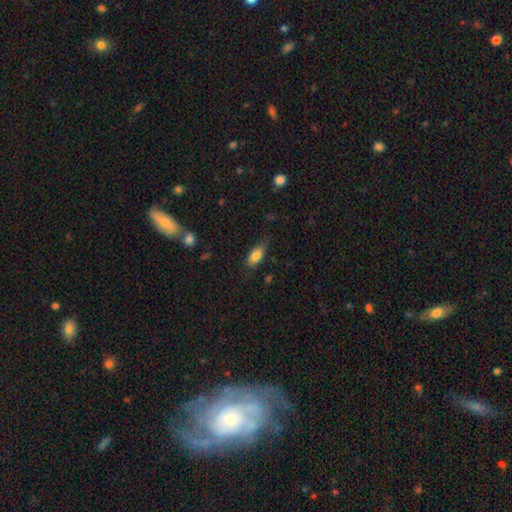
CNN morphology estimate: smooth_or_featured: smooth (p=0.81) [alt: featured or disk p=0.11]
how_rounded: in between (p=0.86) [alt: cigar-shaped p=0.11]
merging: none (p=0.73) [alt: minor disturbance p=0.21]